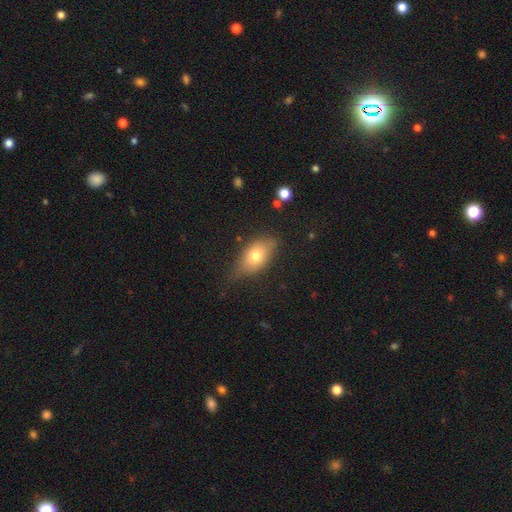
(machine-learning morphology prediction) A smooth galaxy with no disk features (72%) that is in between round and cigar-shaped (85%). Merging: none (64%).